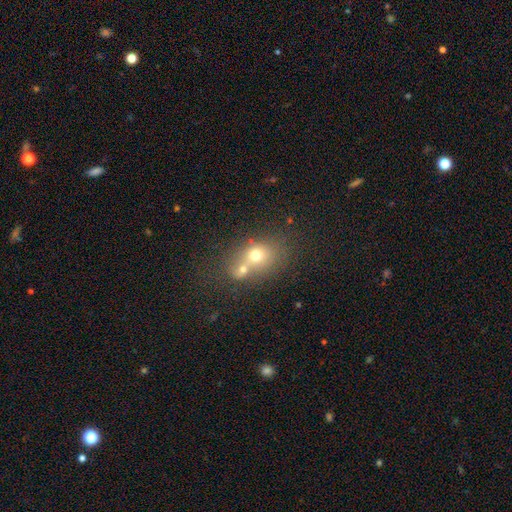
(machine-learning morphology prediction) Overall: smooth (66%). How rounded: round (55%; in between 44%). Merging: merger (62%; none 26%).